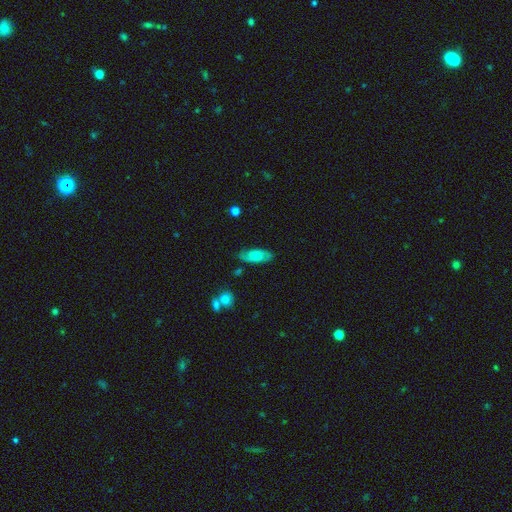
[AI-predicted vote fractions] smooth_or_featured: smooth (p=0.47) [alt: featured or disk p=0.46]
merging: none (p=0.76) [alt: minor disturbance p=0.17]